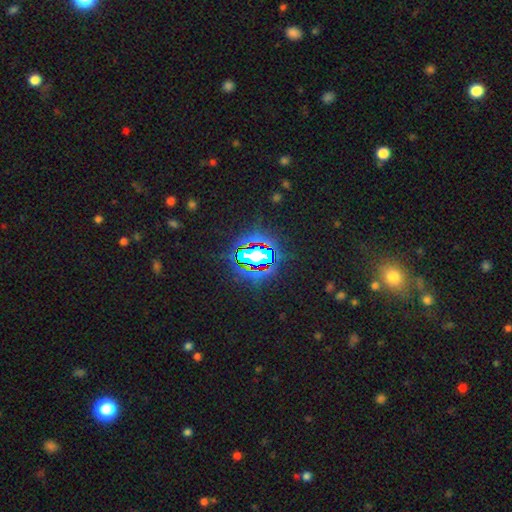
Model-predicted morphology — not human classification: Smooth or featured? star or artifact (72%)